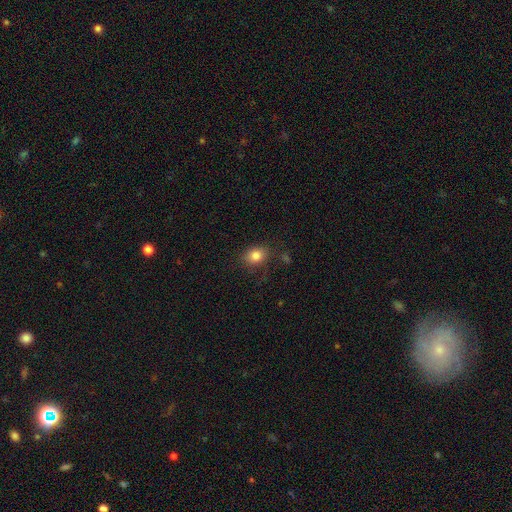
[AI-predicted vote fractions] Smooth or featured?
  - smooth: 83% *
  - star or artifact: 11%
  - featured or disk: 7%
How rounded?
  - round: 53% *
  - in between: 45%
  - cigar-shaped: 1%
Merging?
  - none: 78% *
  - minor disturbance: 15%
  - major disturbance: 5%
  - merger: 2%